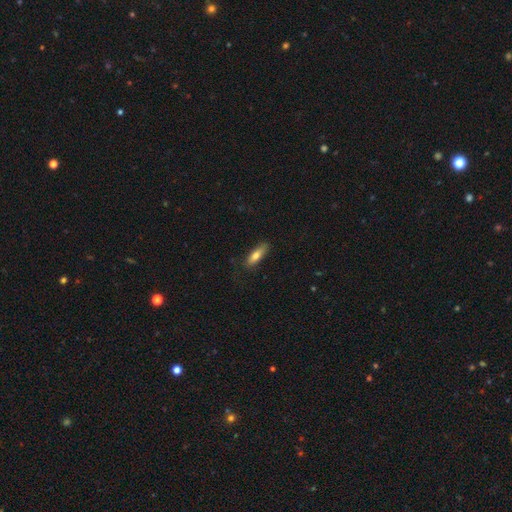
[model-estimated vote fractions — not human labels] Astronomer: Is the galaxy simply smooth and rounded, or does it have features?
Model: smooth — 72%.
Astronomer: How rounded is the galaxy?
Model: in between — 51% (runner-up: cigar-shaped, 47%).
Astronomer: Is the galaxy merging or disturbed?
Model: none — 78%.